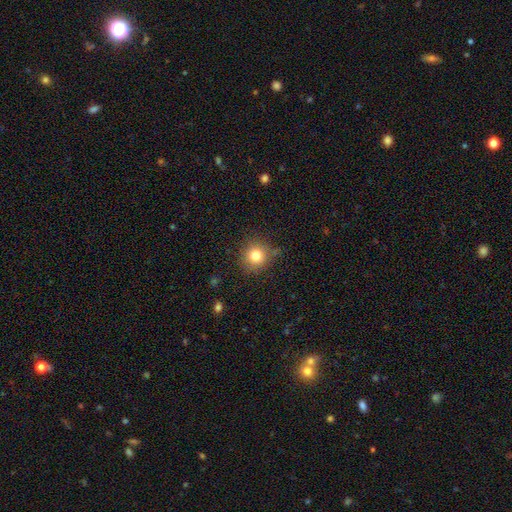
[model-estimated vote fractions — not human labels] smooth 81%, star or artifact 12%, featured or disk 7%. Down the decision tree: how rounded — round (92%); merging — none (83%).